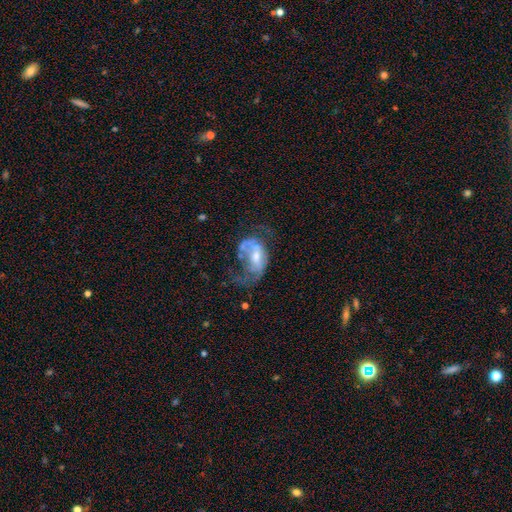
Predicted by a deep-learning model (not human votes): This is likely a featured or disk galaxy (69%). It is clearly not viewed edge-on (97%). Bar: possibly no (58%). Spiral arm pattern: likely yes (61%). Central bulge: possibly moderate (56%). Merging: possibly major disturbance (50%).